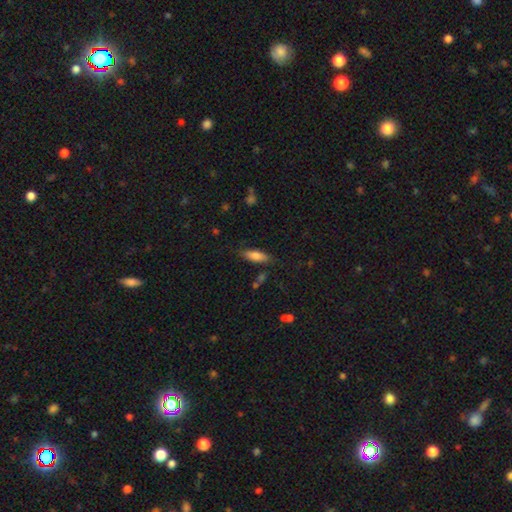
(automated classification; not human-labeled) smooth-or-featured: smooth: 78% | featured or disk: 15% | star or artifact: 7%
  how-rounded: in between: 61% | cigar-shaped: 37% | round: 2%
  merging: none: 78% | minor disturbance: 15% | major disturbance: 4% | merger: 3%